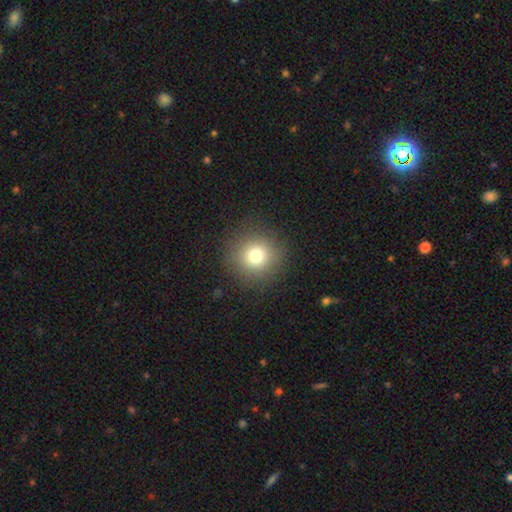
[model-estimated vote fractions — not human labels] A smooth galaxy with no disk features (76%) that is round (94%). Merging: none (89%).